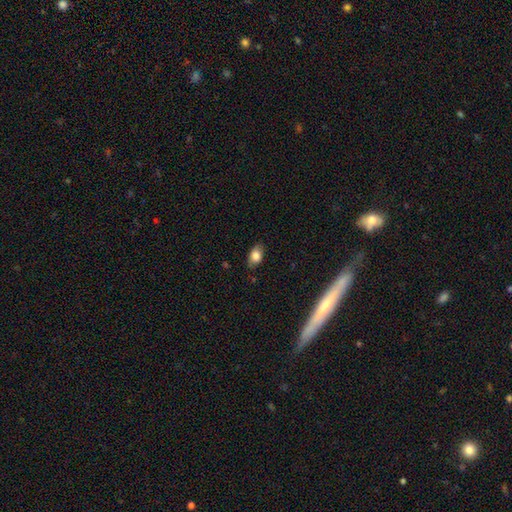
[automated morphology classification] This is clearly a smooth galaxy (80%). How rounded: clearly in between (86%). Merging: likely none (79%).